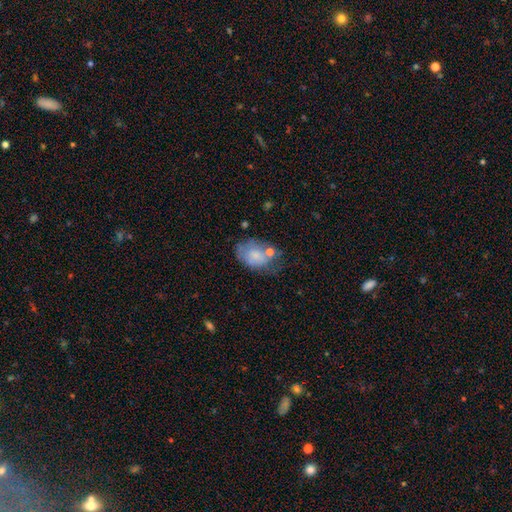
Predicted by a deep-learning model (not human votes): Smooth or featured?
  - smooth: 65% *
  - featured or disk: 26%
  - star or artifact: 9%
How rounded?
  - in between: 82% *
  - round: 17%
  - cigar-shaped: 1%
Merging?
  - none: 37% *
  - minor disturbance: 30%
  - major disturbance: 19%
  - merger: 14%